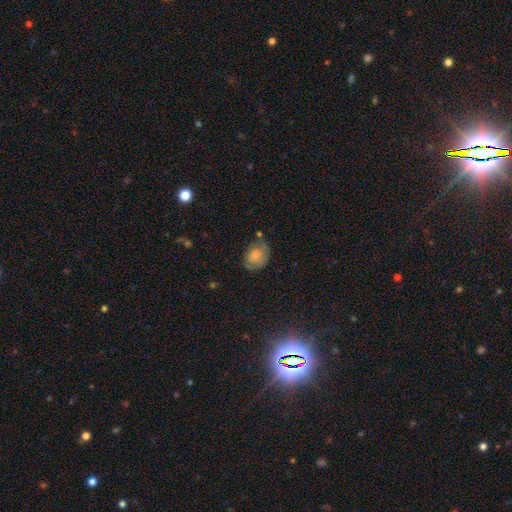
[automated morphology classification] Smooth or featured? Predicted: smooth (p=0.79). How rounded? Predicted: in between (p=0.62). Merging? Predicted: none (p=0.61).